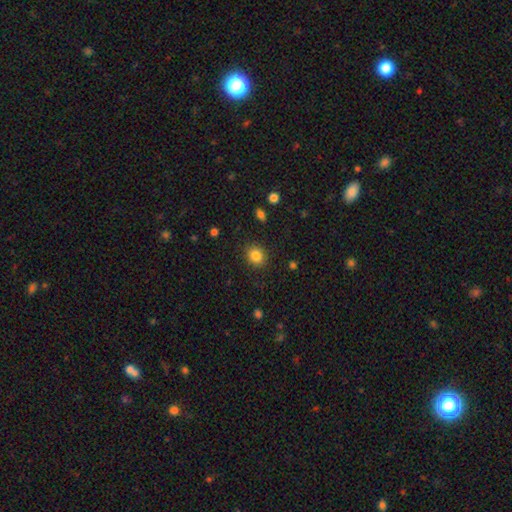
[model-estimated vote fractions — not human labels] smooth_or_featured: smooth (p=0.84) [alt: star or artifact p=0.11]
how_rounded: round (p=0.70) [alt: in between p=0.29]
merging: none (p=0.89) [alt: minor disturbance p=0.08]